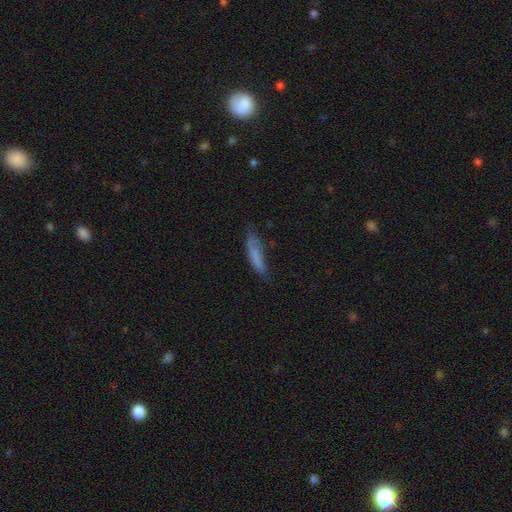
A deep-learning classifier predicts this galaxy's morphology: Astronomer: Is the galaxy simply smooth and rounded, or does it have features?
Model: smooth — 74%.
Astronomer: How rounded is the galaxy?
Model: cigar-shaped — 77%.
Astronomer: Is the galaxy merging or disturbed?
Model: none — 58%.